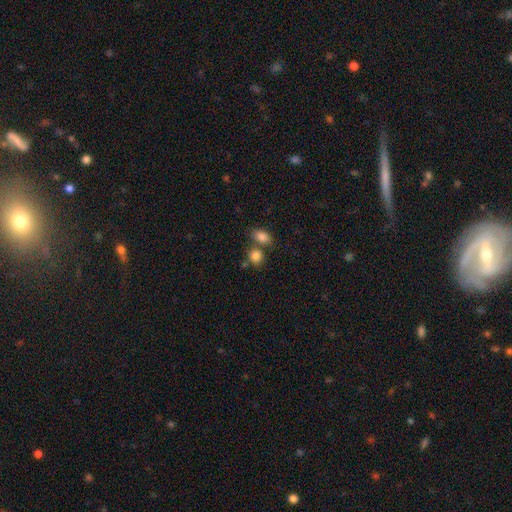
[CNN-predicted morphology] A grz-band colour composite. It shows a smooth galaxy with no disk features (84%) that is round (63%). Merging: none (53%).